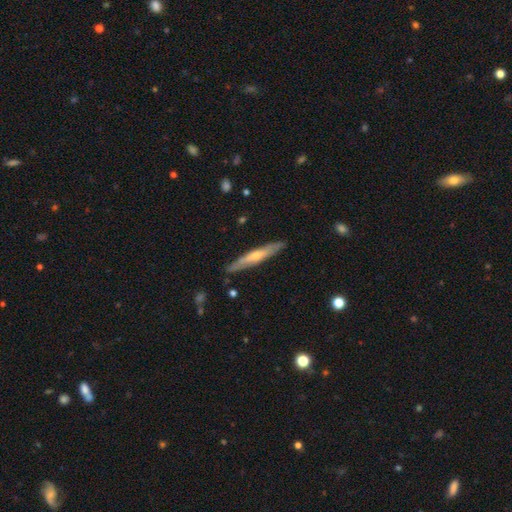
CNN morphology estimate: Smooth or featured?
  - featured or disk: 58% *
  - smooth: 36%
  - star or artifact: 6%
Edge-on disk?
  - yes: 89% *
  - no: 11%
Edge-on bulge?
  - rounded: 67% *
  - none: 28%
  - boxy: 5%
Merging?
  - none: 87% *
  - minor disturbance: 10%
  - major disturbance: 2%
  - merger: 1%